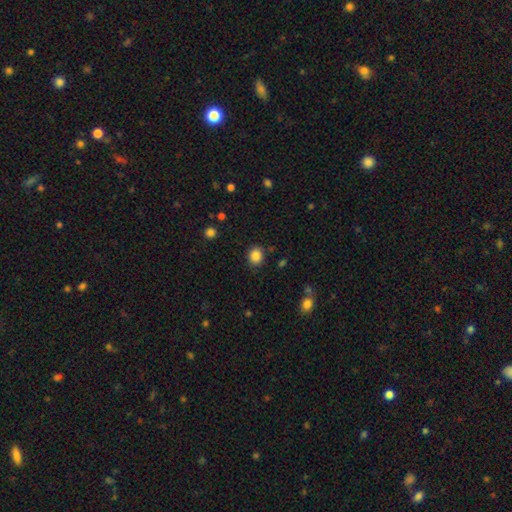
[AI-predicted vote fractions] smooth_or_featured: smooth (p=0.85) [alt: star or artifact p=0.10]
how_rounded: round (p=0.74) [alt: in between p=0.25]
merging: none (p=0.86) [alt: minor disturbance p=0.09]